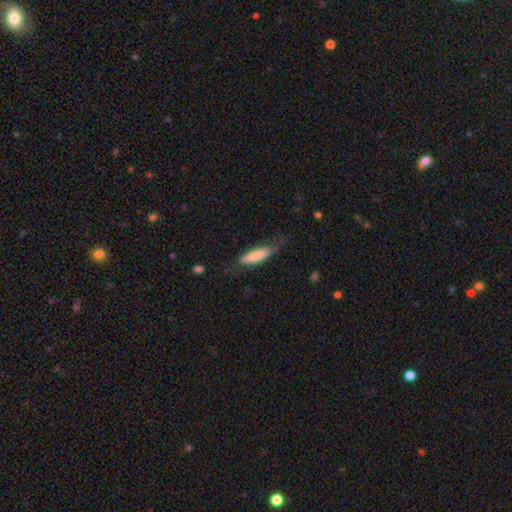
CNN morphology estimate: smooth_or_featured: smooth (p=0.73) [alt: featured or disk p=0.21]
how_rounded: cigar-shaped (p=0.57) [alt: in between p=0.41]
merging: none (p=0.59) [alt: minor disturbance p=0.27]